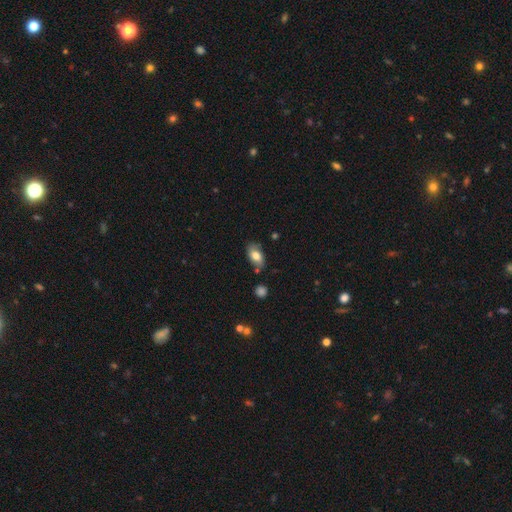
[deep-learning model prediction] A smooth galaxy with no disk features (74%) that is in between round and cigar-shaped (91%).

Vote fractions:
- Smooth or featured? smooth: 74% / featured or disk: 18% / star or artifact: 7%
- How rounded? in between: 91% / round: 6% / cigar-shaped: 3%
- Merging? none: 73% / minor disturbance: 18% / merger: 5% / major disturbance: 4%